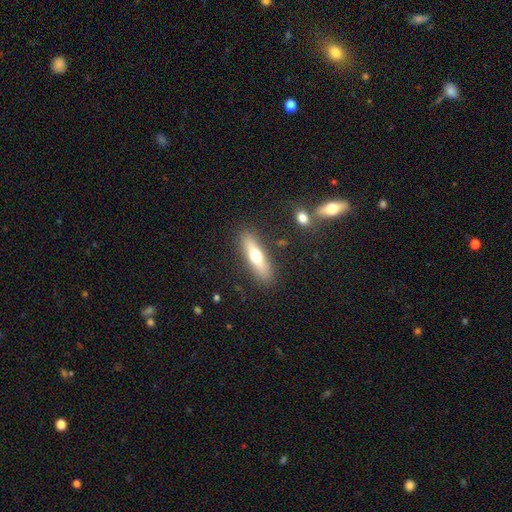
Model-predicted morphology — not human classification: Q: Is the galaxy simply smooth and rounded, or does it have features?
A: smooth — 58%.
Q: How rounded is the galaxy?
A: cigar-shaped — 68%.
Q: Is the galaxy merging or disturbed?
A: none — 85%.